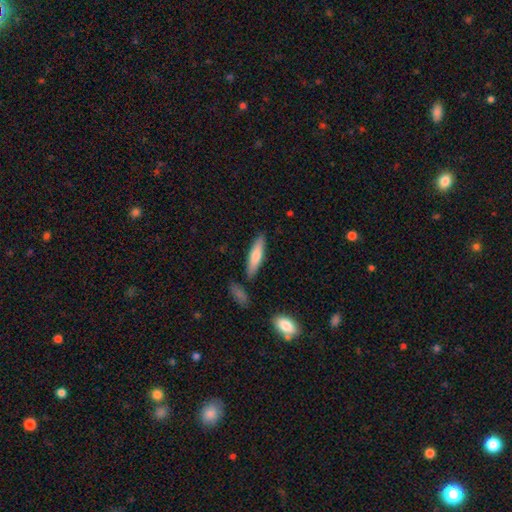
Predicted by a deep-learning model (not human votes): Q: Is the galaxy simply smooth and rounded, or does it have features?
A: smooth — 69%.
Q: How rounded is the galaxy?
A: cigar-shaped — 74%.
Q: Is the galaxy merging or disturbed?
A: none — 84%.